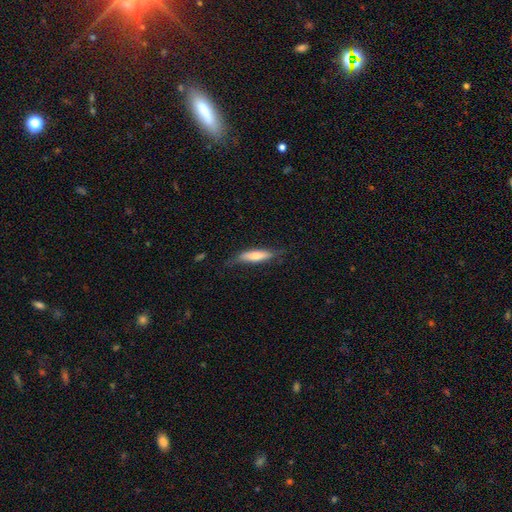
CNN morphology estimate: Smooth or featured? Predicted: smooth (p=0.64). How rounded? Predicted: cigar-shaped (p=0.75). Merging? Predicted: none (p=0.67).